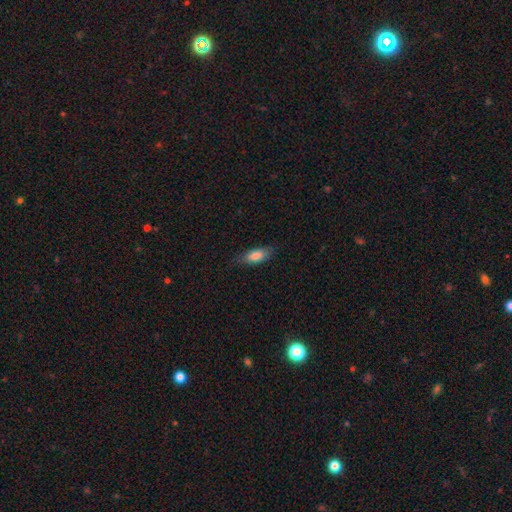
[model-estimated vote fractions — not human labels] A smooth galaxy with no disk features (80%) that is in between round and cigar-shaped (80%).

Vote fractions:
- Smooth or featured? smooth: 80% / featured or disk: 13% / star or artifact: 7%
- How rounded? in between: 80% / cigar-shaped: 18% / round: 3%
- Merging? none: 78% / minor disturbance: 17% / major disturbance: 4% / merger: 1%